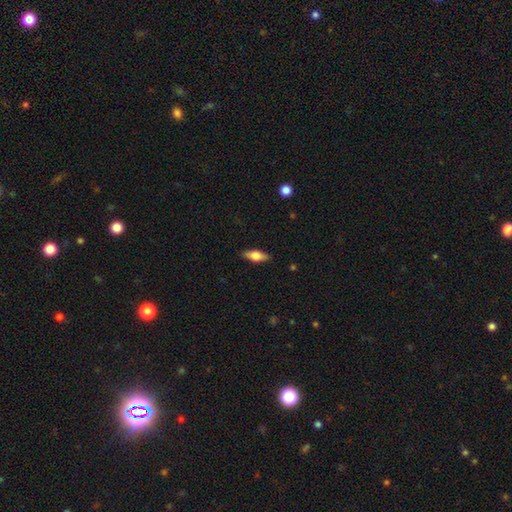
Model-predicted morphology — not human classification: Overall: smooth (57%; featured or disk 36%). How rounded: in between (68%; cigar-shaped 28%). Merging: none (87%).